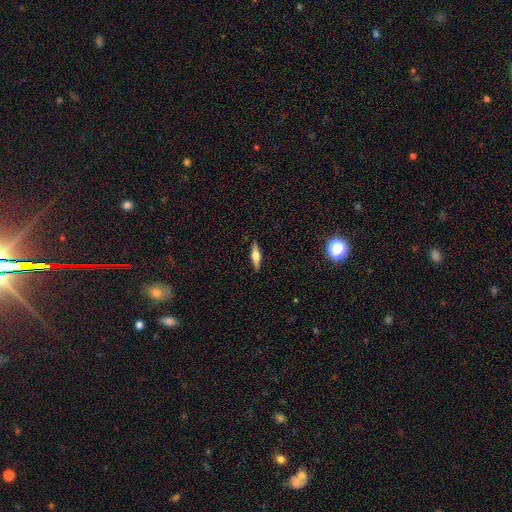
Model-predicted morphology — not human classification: Q: Smooth or featured?
A: smooth (47%); runner-up: featured or disk (46%)
Q: Merging?
A: none (89%); runner-up: minor disturbance (8%)